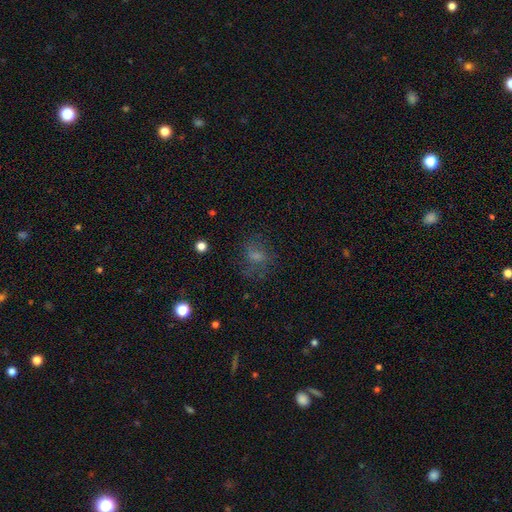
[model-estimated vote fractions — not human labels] smooth_or_featured: smooth (p=0.54) [alt: featured or disk p=0.26]
how_rounded: in between (p=0.50) [alt: round p=0.47]
merging: none (p=0.62) [alt: minor disturbance p=0.19]